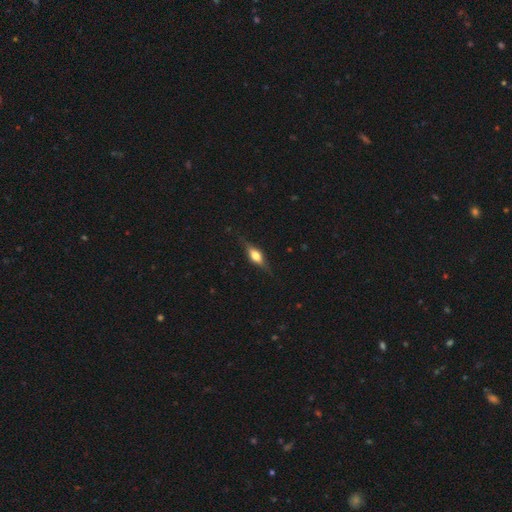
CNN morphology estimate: Overall: featured or disk (54%; smooth 39%). Edge-on disk: yes (93%). Merging: none (82%).